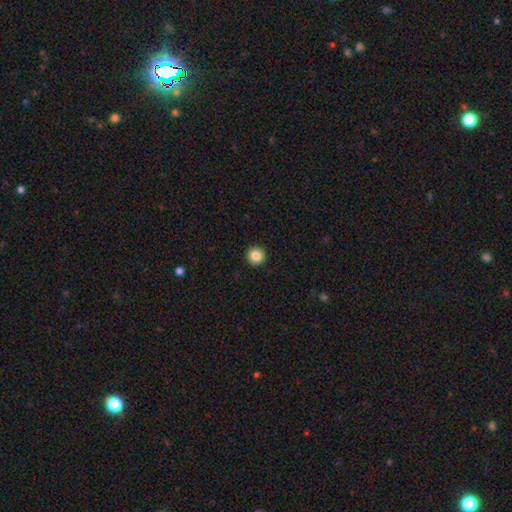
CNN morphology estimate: smooth 85%, star or artifact 10%, featured or disk 5%. Down the decision tree: how rounded — round (96%); merging — none (93%).